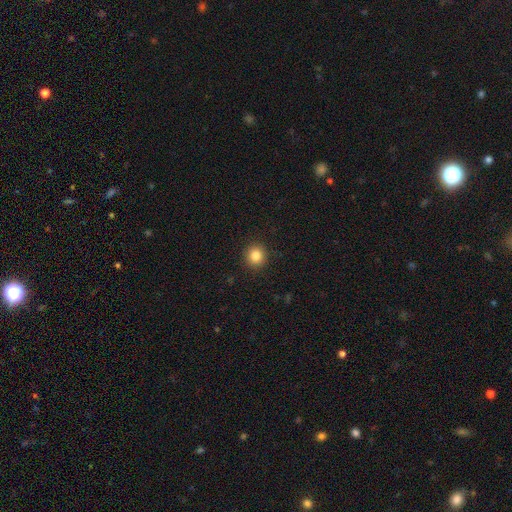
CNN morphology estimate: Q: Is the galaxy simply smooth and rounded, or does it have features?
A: smooth — 85%.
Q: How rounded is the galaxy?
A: round — 91%.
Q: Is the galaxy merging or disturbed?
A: none — 92%.